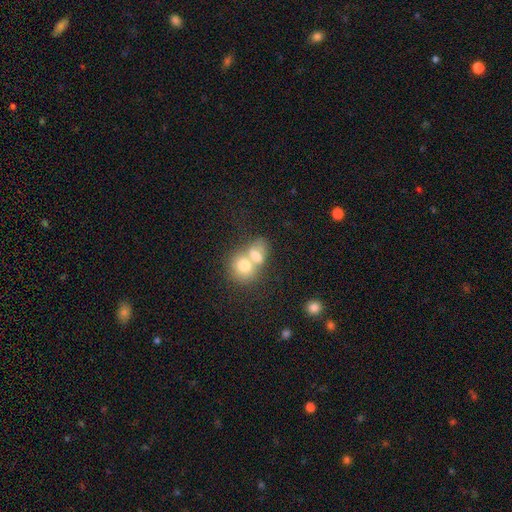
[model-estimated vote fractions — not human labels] Morphology: type=smooth (72%); roundness=in between (53%); merging=merger (70%).